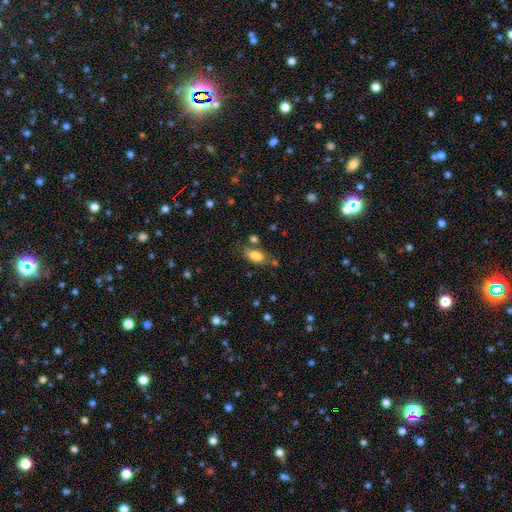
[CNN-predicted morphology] Smooth or featured? Predicted: smooth (p=0.78). How rounded? Predicted: in between (p=0.85). Merging? Predicted: none (p=0.64).